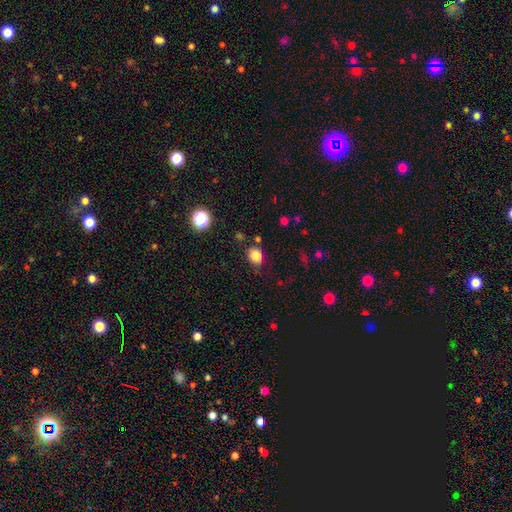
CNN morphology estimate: A smooth galaxy with no disk features (83%) that is in between round and cigar-shaped (51%).

Vote fractions:
- Smooth or featured? smooth: 83% / star or artifact: 12% / featured or disk: 5%
- How rounded? in between: 51% / round: 48% / cigar-shaped: 1%
- Merging? none: 80% / minor disturbance: 13% / merger: 4% / major disturbance: 4%